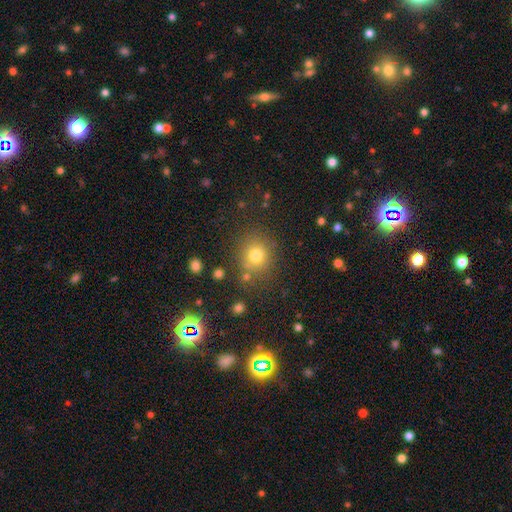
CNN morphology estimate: type=smooth (75%); roundness=round (85%); merging=none (80%).